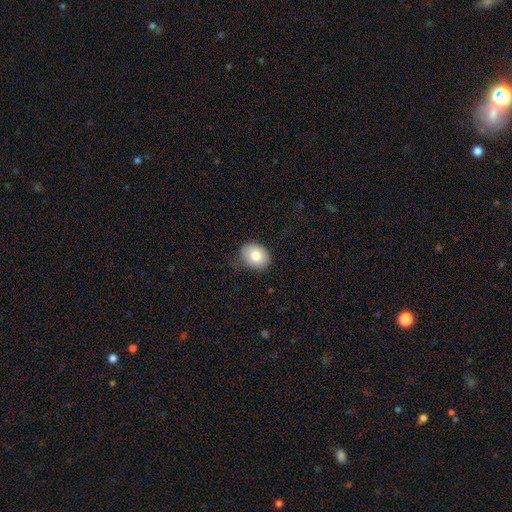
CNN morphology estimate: Smooth or featured?
  - smooth: 79% *
  - featured or disk: 13%
  - star or artifact: 9%
How rounded?
  - in between: 51% *
  - round: 48%
  - cigar-shaped: 1%
Merging?
  - none: 73% *
  - minor disturbance: 22%
  - major disturbance: 4%
  - merger: 1%